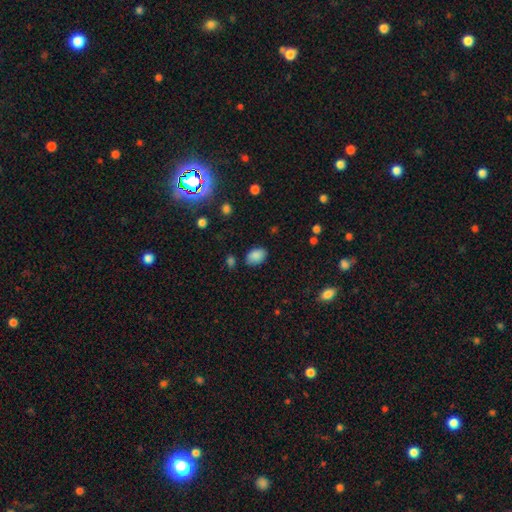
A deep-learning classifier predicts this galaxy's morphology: A smooth galaxy with no disk features (86%) that is in between round and cigar-shaped (85%).

Vote fractions:
- Smooth or featured? smooth: 86% / star or artifact: 9% / featured or disk: 5%
- How rounded? in between: 85% / round: 14% / cigar-shaped: 1%
- Merging? none: 80% / minor disturbance: 14% / major disturbance: 3% / merger: 3%